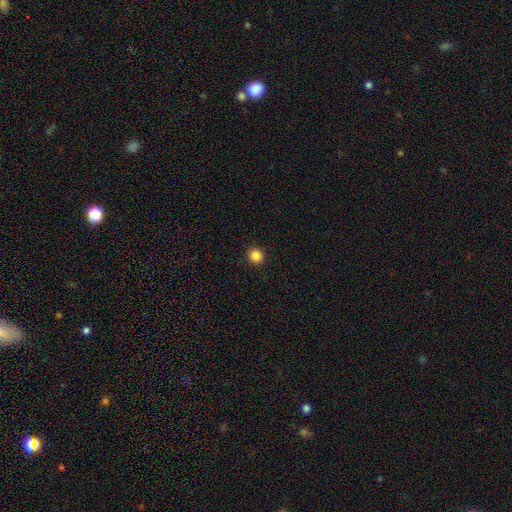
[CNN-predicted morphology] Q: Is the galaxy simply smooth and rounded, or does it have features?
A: smooth — 87%.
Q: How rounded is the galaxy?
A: round — 93%.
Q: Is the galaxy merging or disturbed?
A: none — 93%.